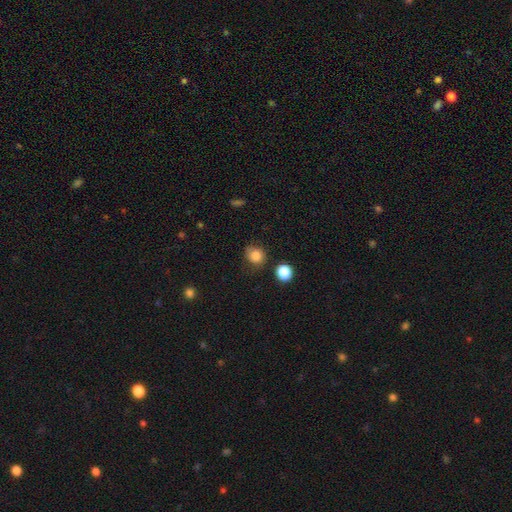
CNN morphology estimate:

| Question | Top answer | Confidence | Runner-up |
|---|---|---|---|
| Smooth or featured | smooth | 83% | star or artifact (11%) |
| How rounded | round | 80% | in between (19%) |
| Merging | none | 69% | minor disturbance (20%) |